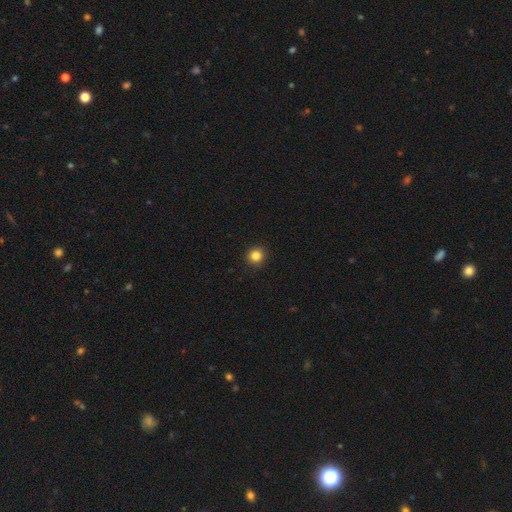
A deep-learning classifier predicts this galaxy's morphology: Smooth or featured? Predicted: smooth (p=0.84). How rounded? Predicted: round (p=0.94). Merging? Predicted: none (p=0.93).